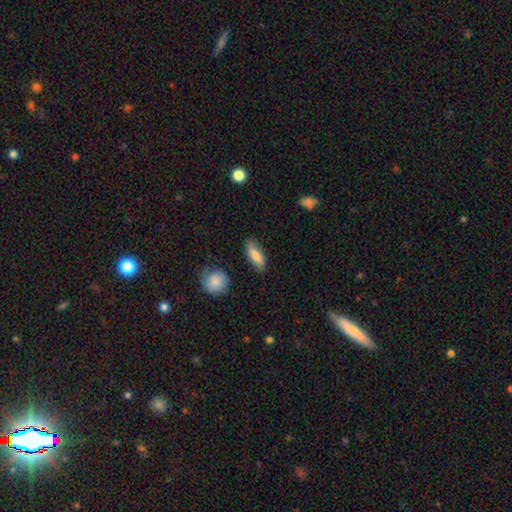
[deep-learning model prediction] smooth-or-featured: smooth: 78% | featured or disk: 15% | star or artifact: 6%
  how-rounded: in between: 69% | cigar-shaped: 28% | round: 3%
  merging: none: 78% | minor disturbance: 16% | major disturbance: 3% | merger: 2%